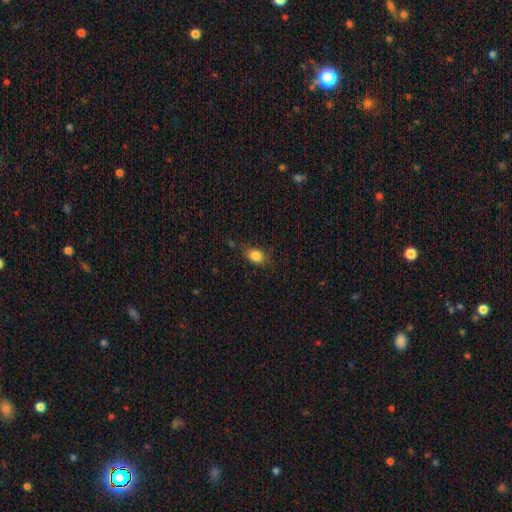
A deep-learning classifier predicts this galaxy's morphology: The model was most divided on "how rounded": in between: 64%, round: 34%, cigar-shaped: 2%. More confident: smooth or featured — smooth (84%); merging — none (72%).